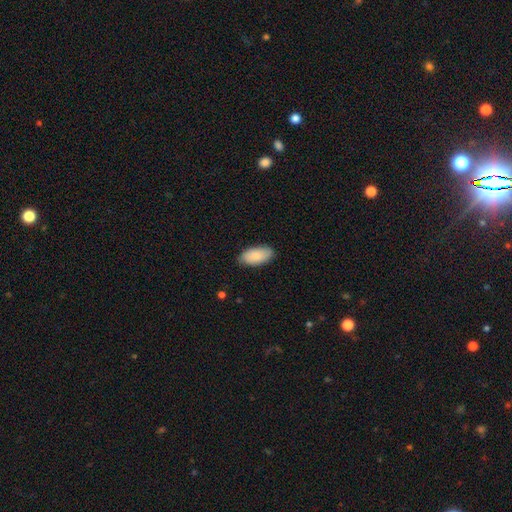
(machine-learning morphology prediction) A smooth galaxy with no disk features (88%) that is in between round and cigar-shaped (93%).

Vote fractions:
- Smooth or featured? smooth: 88% / featured or disk: 7% / star or artifact: 6%
- How rounded? in between: 93% / cigar-shaped: 5% / round: 2%
- Merging? none: 84% / minor disturbance: 13% / major disturbance: 2% / merger: 1%